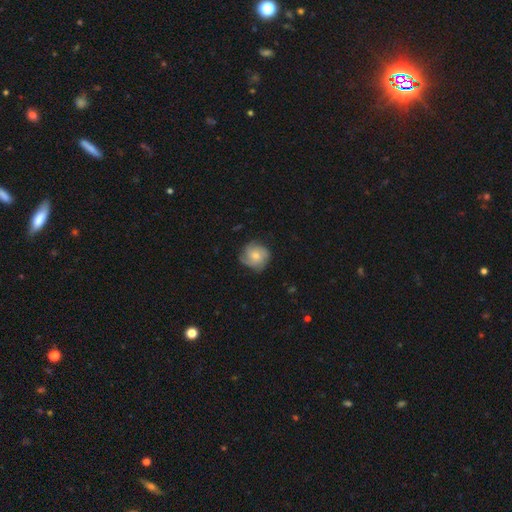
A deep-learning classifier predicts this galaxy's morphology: Smooth or featured: smooth — 46% (tied with featured or disk — 46%)
Merging: none — 70% (minor disturbance — 23%)